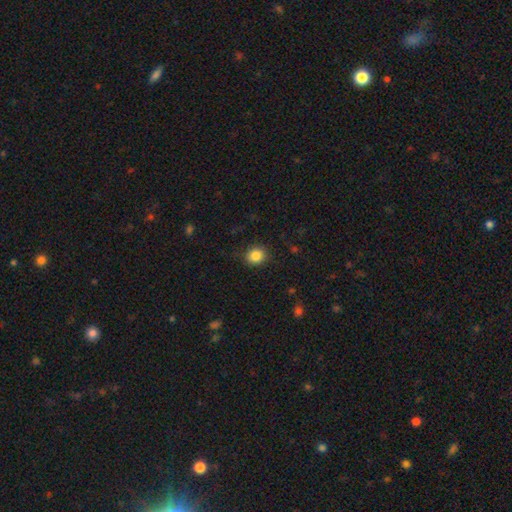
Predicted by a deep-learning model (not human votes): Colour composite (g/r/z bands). It shows a smooth galaxy with no disk features (85%) that is round (79%). Merging: none (88%).